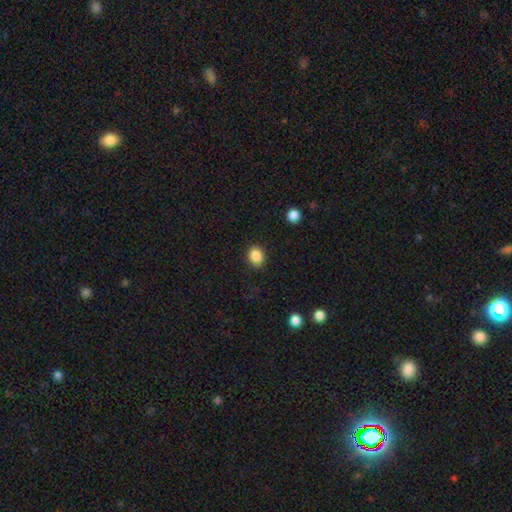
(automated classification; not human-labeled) smooth-or-featured: smooth: 87% | star or artifact: 9% | featured or disk: 4%
  how-rounded: round: 54% | in between: 45% | cigar-shaped: 1%
  merging: none: 89% | minor disturbance: 8% | major disturbance: 2% | merger: 1%